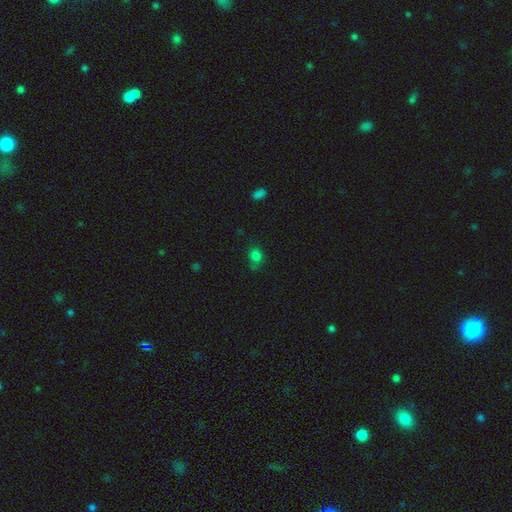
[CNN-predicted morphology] Q: Smooth or featured?
A: smooth (77%); runner-up: star or artifact (18%)
Q: How rounded?
A: round (62%); runner-up: in between (37%)
Q: Merging?
A: none (59%); runner-up: minor disturbance (25%)